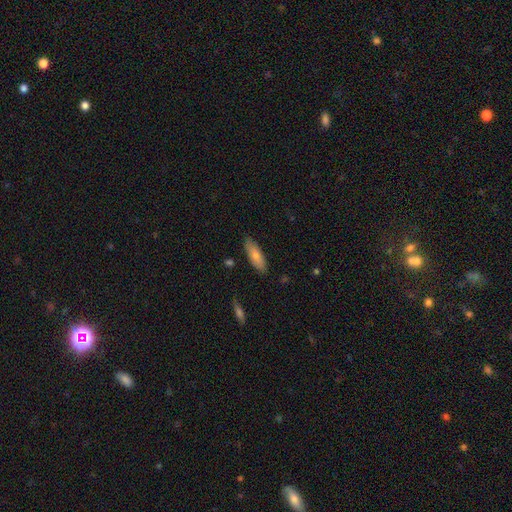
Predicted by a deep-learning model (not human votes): A smooth galaxy with no disk features (77%) that is in between round and cigar-shaped (61%). Merging: none (84%).